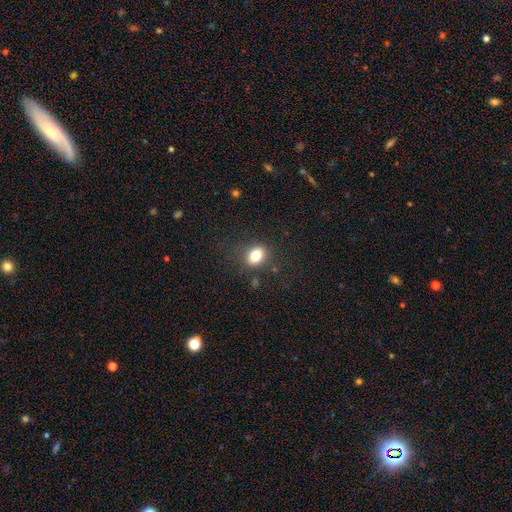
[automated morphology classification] A smooth galaxy with no disk features (81%) that is in between round and cigar-shaped (58%). Merging: none (82%).